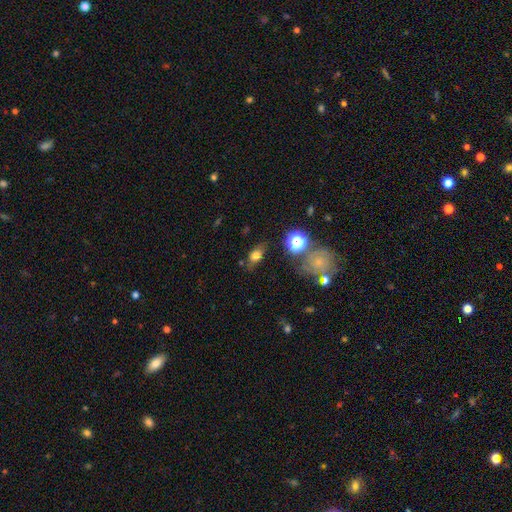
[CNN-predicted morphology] A smooth galaxy with no disk features (68%) that is in between round and cigar-shaped (71%). Merging: none (69%).